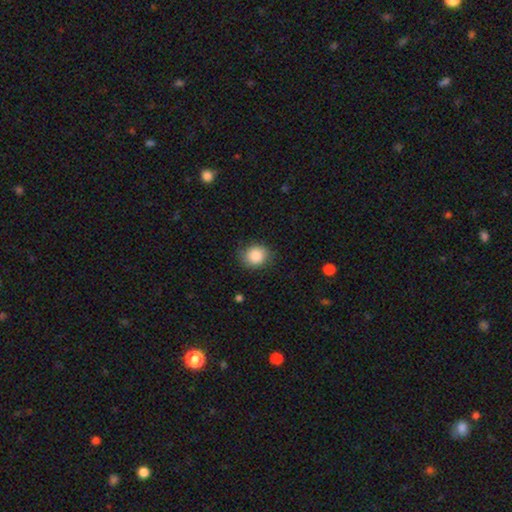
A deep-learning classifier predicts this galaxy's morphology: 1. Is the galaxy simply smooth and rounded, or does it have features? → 87% smooth, 8% star or artifact, 5% featured or disk.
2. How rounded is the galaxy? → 77% round, 23% in between, 1% cigar-shaped.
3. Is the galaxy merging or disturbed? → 80% none, 15% minor disturbance, 4% major disturbance, 1% merger.